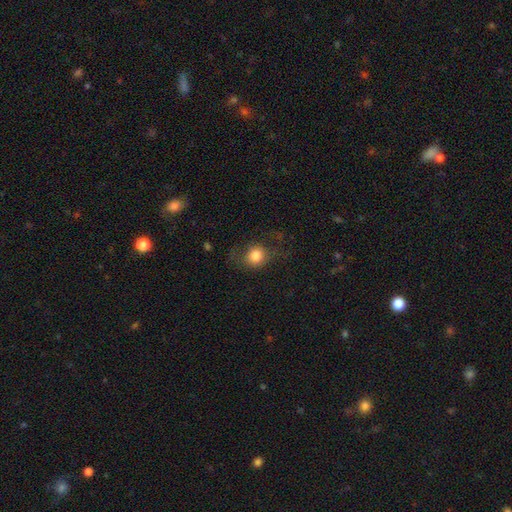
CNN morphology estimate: This is likely a smooth galaxy (78%). How rounded: likely round (76%). Merging: likely none (62%).